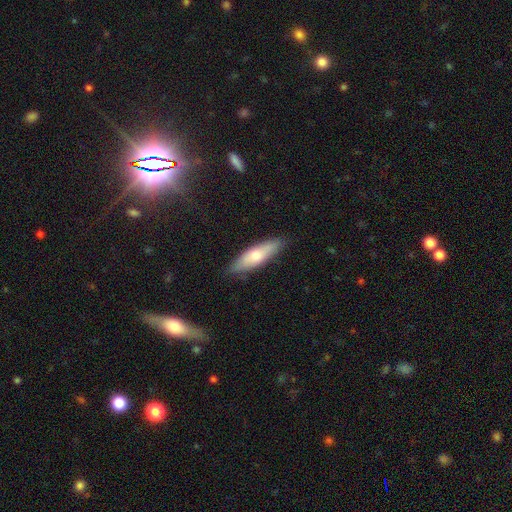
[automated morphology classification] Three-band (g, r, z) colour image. It shows a smooth galaxy with no disk features (59%) that is cigar-shaped (54%). Merging: none (84%).